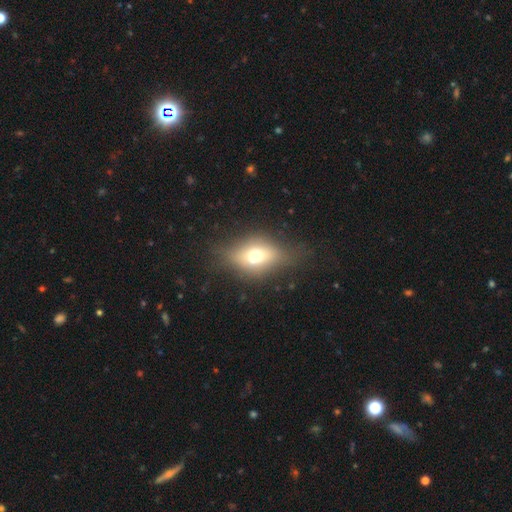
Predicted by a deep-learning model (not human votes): Smooth or featured?
  - smooth: 57% *
  - featured or disk: 30%
  - star or artifact: 12%
How rounded?
  - in between: 68% *
  - round: 26%
  - cigar-shaped: 5%
Merging?
  - none: 62% *
  - minor disturbance: 22%
  - major disturbance: 13%
  - merger: 3%